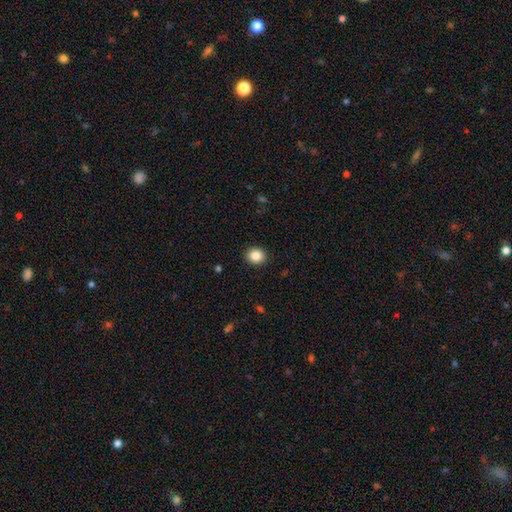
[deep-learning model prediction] Overall: smooth (86%). How rounded: round (77%). Merging: none (91%).